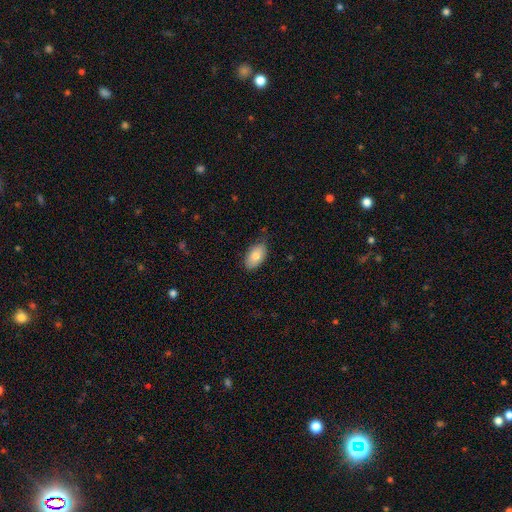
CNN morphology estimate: Smooth or featured? smooth (83%)
How rounded? in between (94%)
Merging? none (72%)